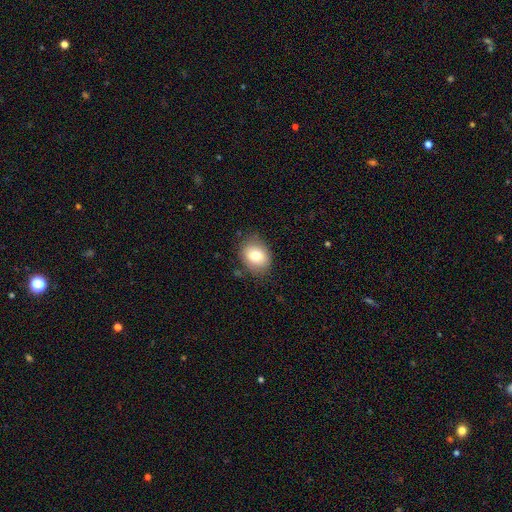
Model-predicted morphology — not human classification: A smooth galaxy with no disk features (78%) that is in between round and cigar-shaped (52%). Merging: none (79%).